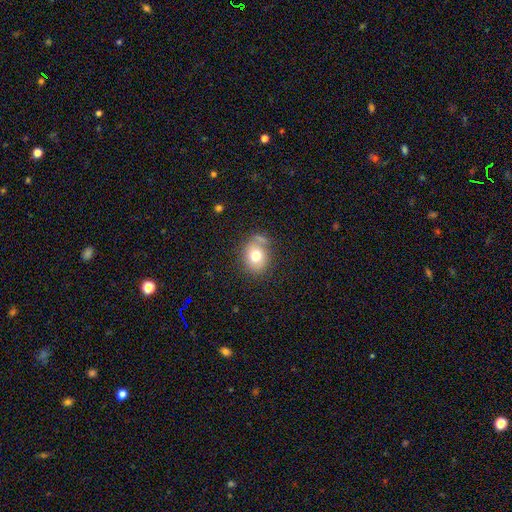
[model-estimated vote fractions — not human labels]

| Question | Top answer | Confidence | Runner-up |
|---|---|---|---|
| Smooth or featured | smooth | 74% | featured or disk (16%) |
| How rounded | round | 55% | in between (44%) |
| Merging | none | 62% | minor disturbance (20%) |